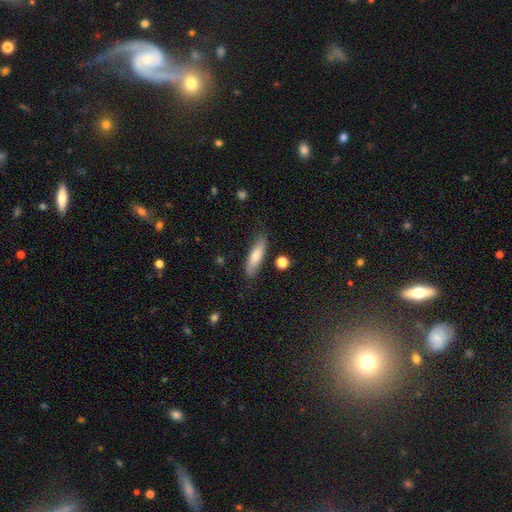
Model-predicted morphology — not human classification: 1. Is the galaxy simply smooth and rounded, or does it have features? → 70% smooth, 23% featured or disk, 7% star or artifact.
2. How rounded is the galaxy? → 63% cigar-shaped, 35% in between, 2% round.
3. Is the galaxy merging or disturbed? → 81% none, 14% minor disturbance, 3% major disturbance, 2% merger.